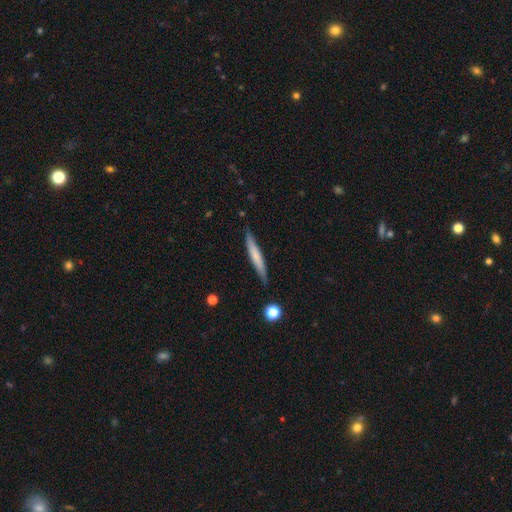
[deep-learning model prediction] Smooth or featured?
  - smooth: 63% *
  - featured or disk: 31%
  - star or artifact: 6%
How rounded?
  - cigar-shaped: 94% *
  - in between: 5%
  - round: 1%
Merging?
  - none: 85% *
  - minor disturbance: 11%
  - major disturbance: 2%
  - merger: 1%